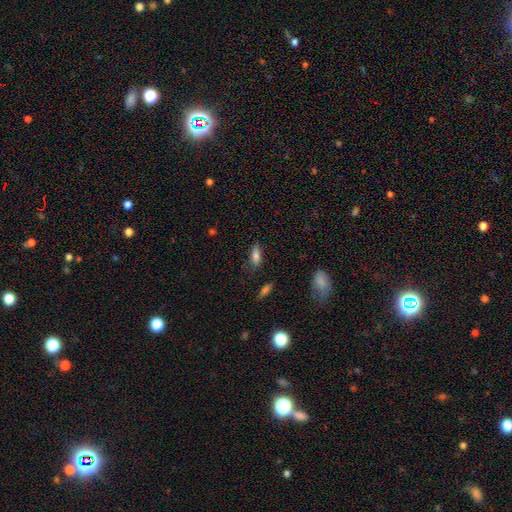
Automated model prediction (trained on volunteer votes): Q: Smooth or featured?
A: smooth (80%); runner-up: featured or disk (11%)
Q: How rounded?
A: in between (73%); runner-up: cigar-shaped (24%)
Q: Merging?
A: none (74%); runner-up: minor disturbance (19%)